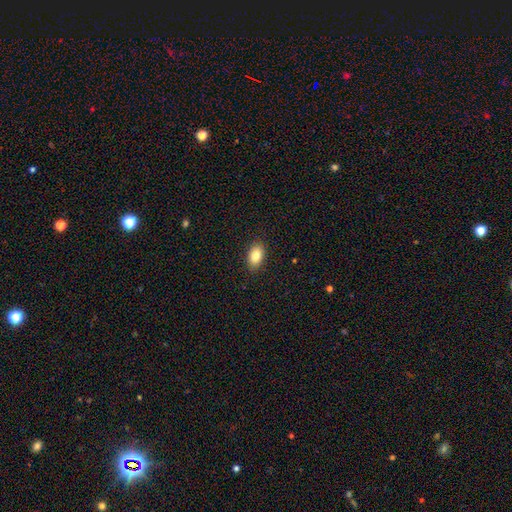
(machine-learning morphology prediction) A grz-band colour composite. It shows a smooth galaxy with no disk features (83%) that is in between round and cigar-shaped (91%). Merging: none (89%).